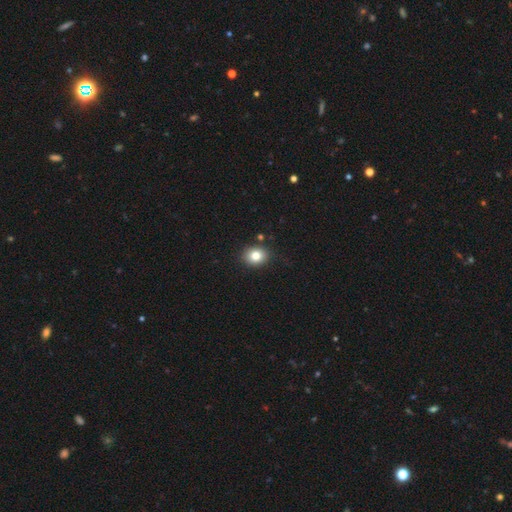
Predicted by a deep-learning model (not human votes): Morphology: type=smooth (80%); roundness=round (62%); merging=none (85%).